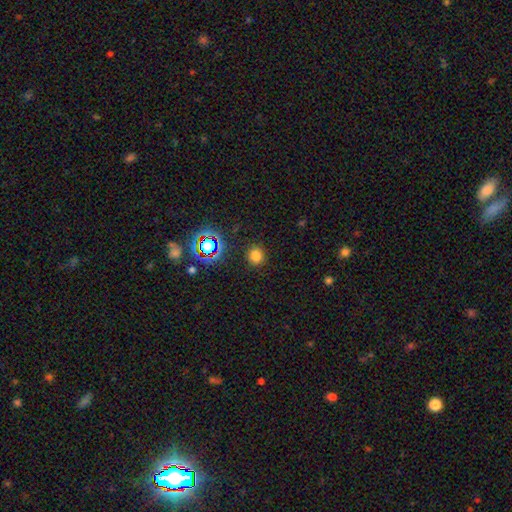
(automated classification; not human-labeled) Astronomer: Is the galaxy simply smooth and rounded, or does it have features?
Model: smooth — 75%.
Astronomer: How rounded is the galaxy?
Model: round — 91%.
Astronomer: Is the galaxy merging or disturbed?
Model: none — 90%.